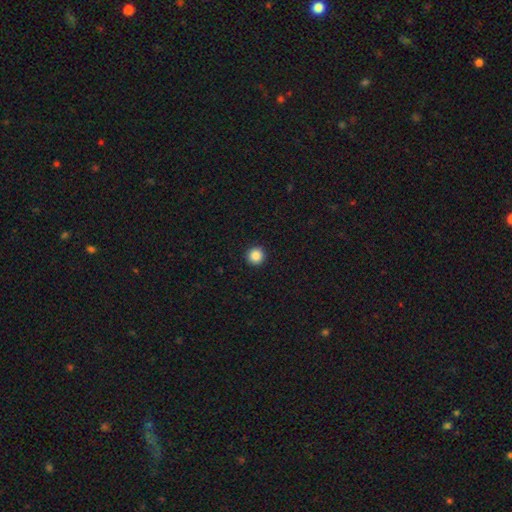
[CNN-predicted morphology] Smooth or featured: smooth — 87% (star or artifact — 10%)
How rounded: round — 96% (in between — 3%)
Merging: none — 94% (minor disturbance — 4%)